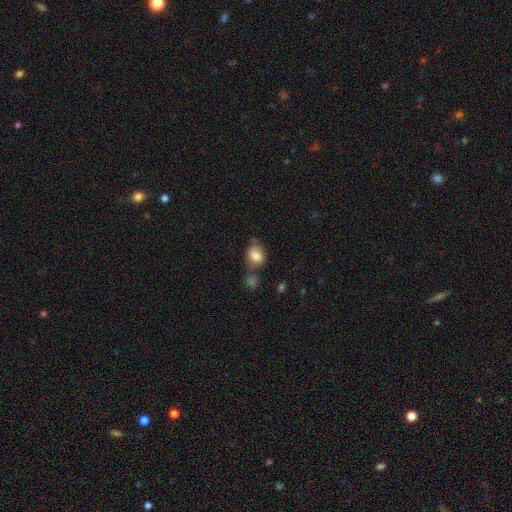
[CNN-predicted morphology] Smooth or featured?
  - smooth: 80% *
  - featured or disk: 11%
  - star or artifact: 8%
How rounded?
  - in between: 60% *
  - round: 38%
  - cigar-shaped: 1%
Merging?
  - none: 49% *
  - minor disturbance: 23%
  - merger: 19%
  - major disturbance: 9%